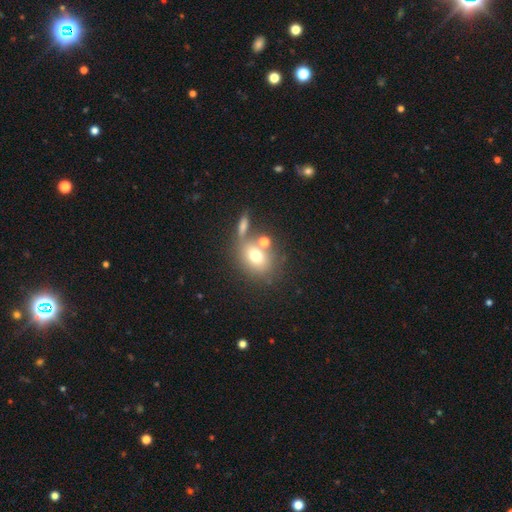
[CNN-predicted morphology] Overall: smooth (70%). How rounded: round (53%; in between 45%). Merging: none (55%; merger 26%).